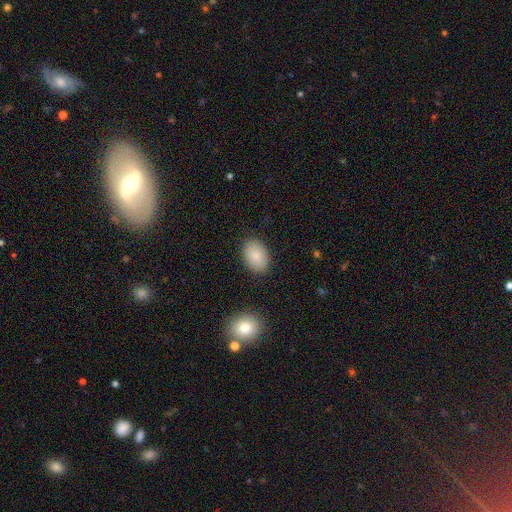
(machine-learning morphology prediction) A smooth galaxy with no disk features (86%) that is in between round and cigar-shaped (88%).

Vote fractions:
- Smooth or featured? smooth: 86% / star or artifact: 7% / featured or disk: 7%
- How rounded? in between: 88% / round: 11% / cigar-shaped: 1%
- Merging? none: 87% / minor disturbance: 9% / major disturbance: 2% / merger: 1%